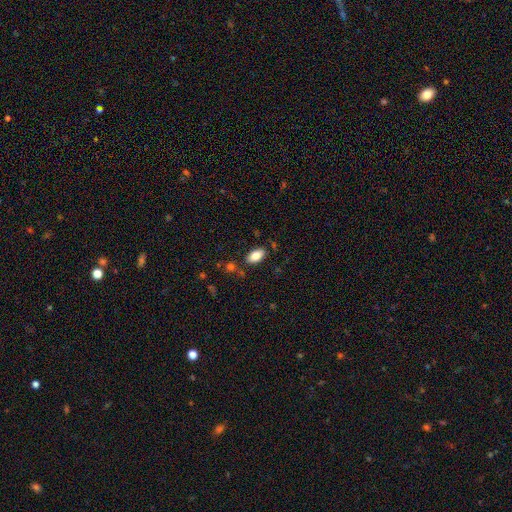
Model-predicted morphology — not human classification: A smooth galaxy with no disk features (84%) that is in between round and cigar-shaped (94%). Merging: none (82%).